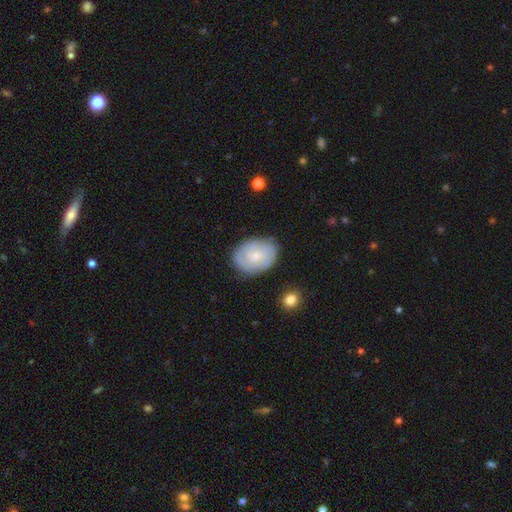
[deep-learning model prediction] featured or disk 55%, smooth 38%, star or artifact 7%. Down the decision tree: edge-on disk — no (97%); bar — no (78%); spiral arms — yes (84%); bulge size — small (74%); merging — none (78%).